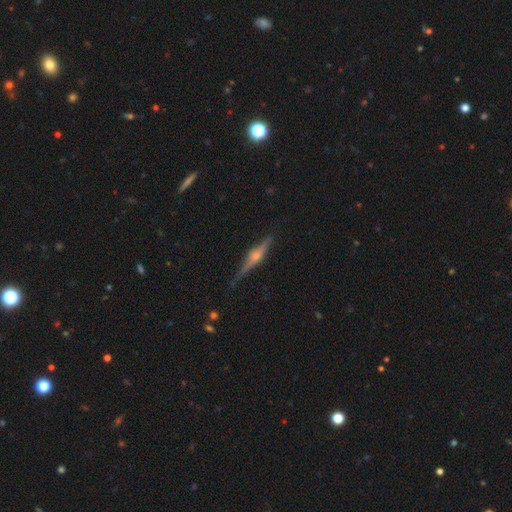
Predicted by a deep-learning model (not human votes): Smooth or featured? Predicted: featured or disk (p=0.81). Edge-on disk? Predicted: yes (p=0.98). Edge-on bulge? Predicted: rounded (p=0.90). Merging? Predicted: none (p=0.85).